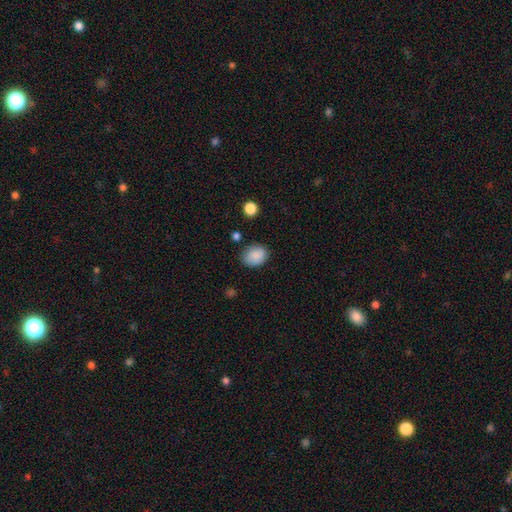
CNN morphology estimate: This appears to be a smooth galaxy with no disk features (87%) that is in between round and cigar-shaped (59%). Merging: none (77%).